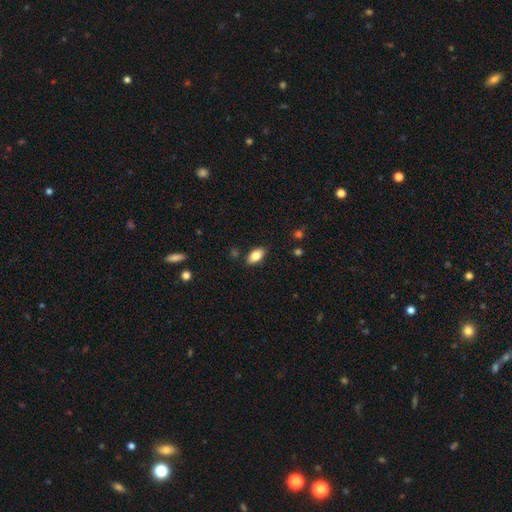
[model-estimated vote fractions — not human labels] A smooth galaxy with no disk features (81%) that is in between round and cigar-shaped (91%).

Vote fractions:
- Smooth or featured? smooth: 81% / featured or disk: 11% / star or artifact: 8%
- How rounded? in between: 91% / cigar-shaped: 5% / round: 4%
- Merging? none: 87% / minor disturbance: 10% / major disturbance: 2% / merger: 1%